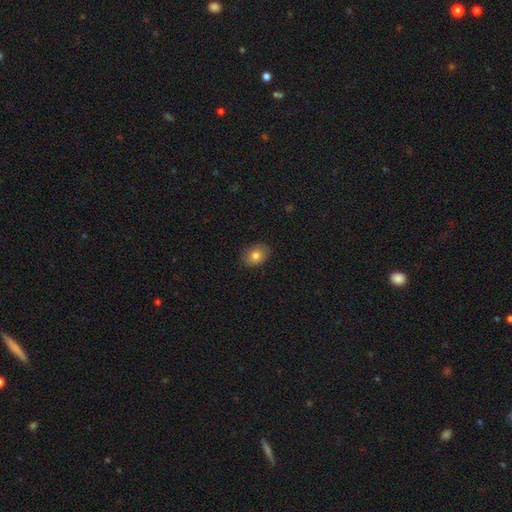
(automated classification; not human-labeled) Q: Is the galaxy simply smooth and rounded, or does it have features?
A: smooth — 80%.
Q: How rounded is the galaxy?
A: in between — 72%.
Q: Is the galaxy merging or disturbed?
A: none — 86%.